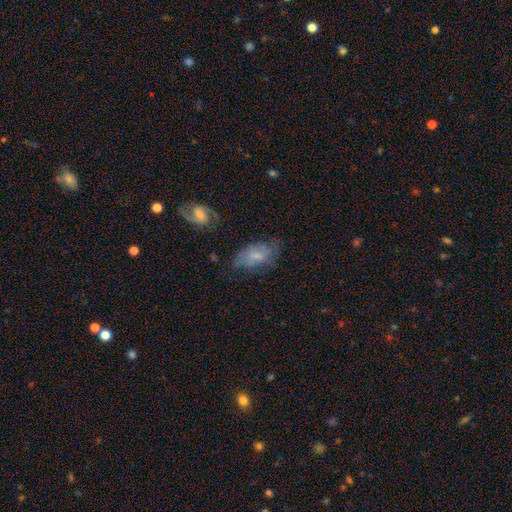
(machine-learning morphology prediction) Smooth or featured? Predicted: smooth (p=0.53). How rounded? Predicted: in between (p=0.91). Merging? Predicted: none (p=0.57).